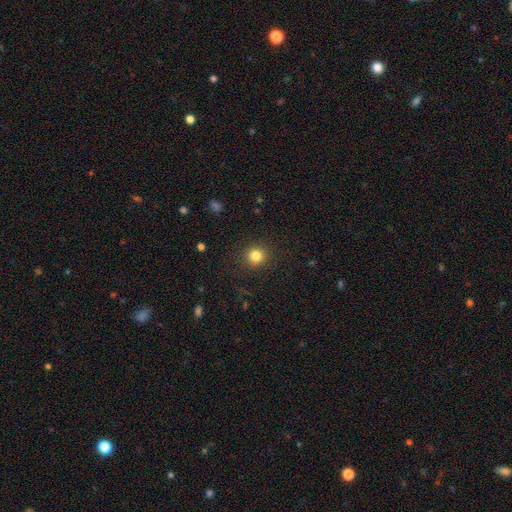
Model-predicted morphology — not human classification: A smooth galaxy with no disk features (83%) that is round (89%). Merging: none (89%).